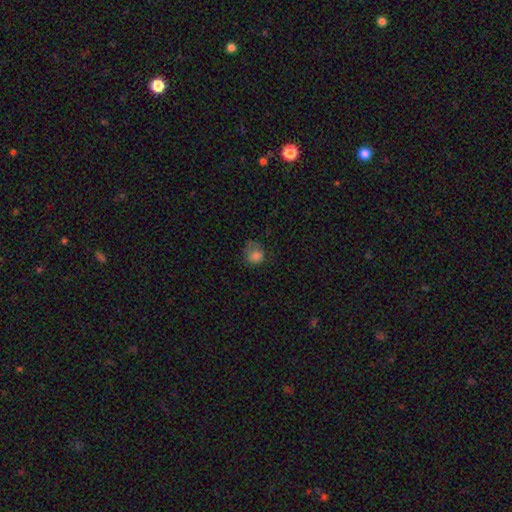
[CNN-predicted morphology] type=smooth (78%); roundness=round (75%); merging=none (48%).